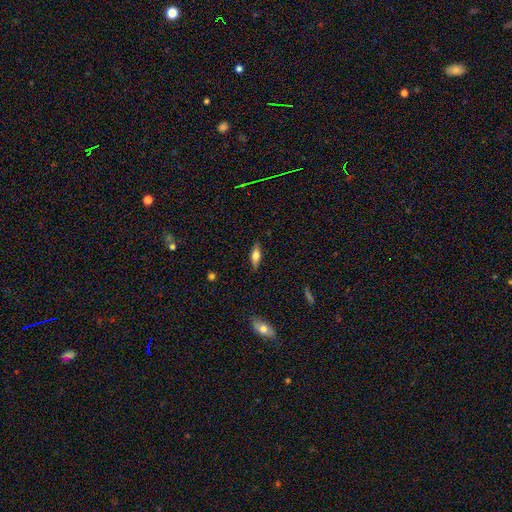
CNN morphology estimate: Q: Smooth or featured?
A: smooth (59%); runner-up: featured or disk (34%)
Q: How rounded?
A: in between (63%); runner-up: cigar-shaped (34%)
Q: Merging?
A: none (86%); runner-up: minor disturbance (11%)